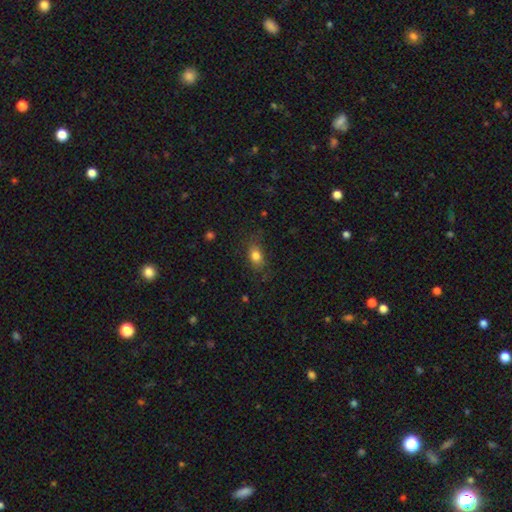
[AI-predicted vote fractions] smooth_or_featured: smooth (p=0.80) [alt: star or artifact p=0.11]
how_rounded: in between (p=0.76) [alt: round p=0.20]
merging: none (p=0.73) [alt: minor disturbance p=0.19]